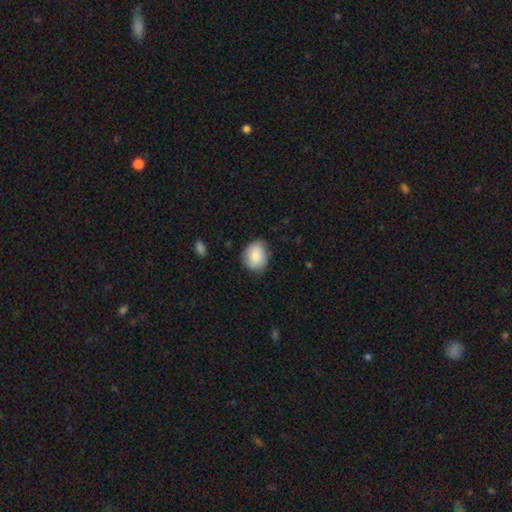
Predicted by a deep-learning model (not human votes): A smooth galaxy with no disk features (82%) that is in between round and cigar-shaped (51%). Merging: none (75%).